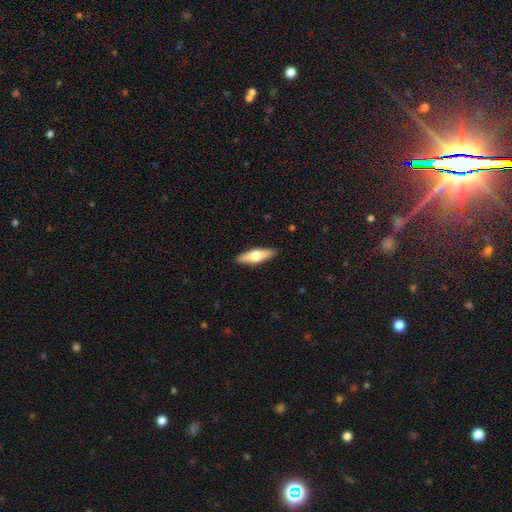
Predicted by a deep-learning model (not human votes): This is possibly a smooth galaxy (50%). How rounded: possibly cigar-shaped (52%). Merging: clearly none (90%).